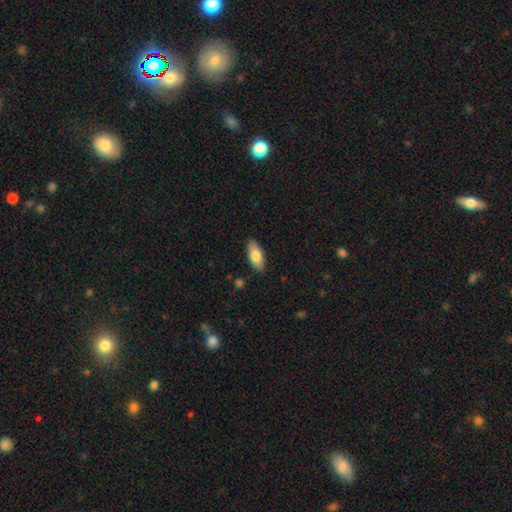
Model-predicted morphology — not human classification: This appears to be a smooth galaxy with no disk features (79%) that is in between round and cigar-shaped (86%). Merging: none (87%).